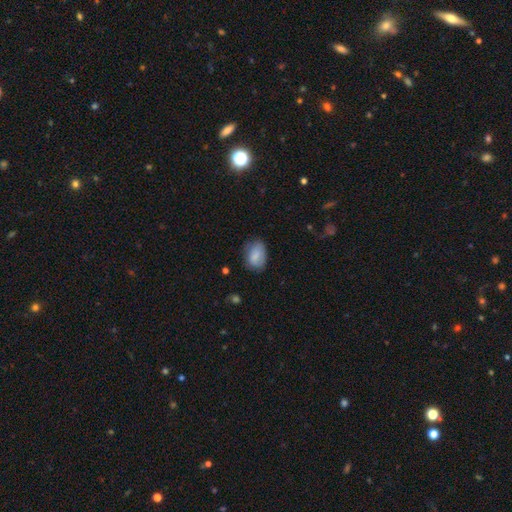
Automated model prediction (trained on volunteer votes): smooth_or_featured: smooth (p=0.82) [alt: featured or disk p=0.11]
how_rounded: in between (p=0.84) [alt: round p=0.14]
merging: none (p=0.63) [alt: minor disturbance p=0.28]